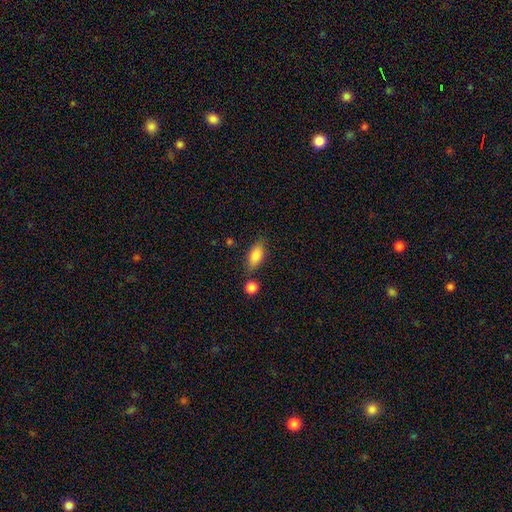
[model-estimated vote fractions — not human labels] Smooth or featured? smooth (84%)
How rounded? in between (85%)
Merging? none (69%)